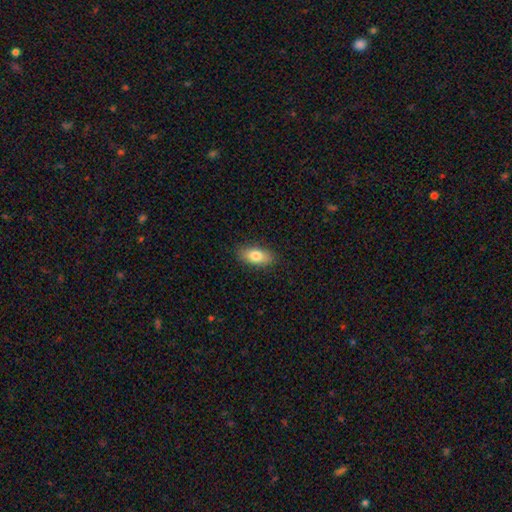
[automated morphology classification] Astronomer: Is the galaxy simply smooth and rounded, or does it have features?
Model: smooth — 82%.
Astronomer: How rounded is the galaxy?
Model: in between — 90%.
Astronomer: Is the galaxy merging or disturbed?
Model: none — 86%.